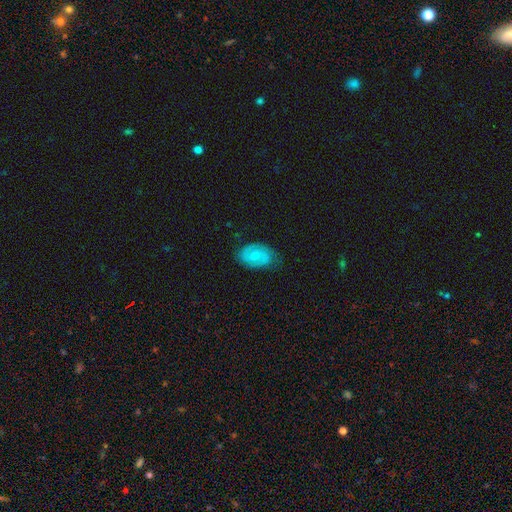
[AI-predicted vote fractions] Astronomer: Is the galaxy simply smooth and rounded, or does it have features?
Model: featured or disk — 70%.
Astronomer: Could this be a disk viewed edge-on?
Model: no — 97%.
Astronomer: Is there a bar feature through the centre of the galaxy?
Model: no — 50% (runner-up: weak, 43%).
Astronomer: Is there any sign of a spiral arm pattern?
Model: yes — 91%.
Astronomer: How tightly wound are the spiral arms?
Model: medium — 46% (runner-up: tight, 40%).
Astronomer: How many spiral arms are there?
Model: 2 — 85%.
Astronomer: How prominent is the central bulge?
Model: moderate — 51% (runner-up: small, 39%).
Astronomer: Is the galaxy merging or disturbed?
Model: none — 72%.